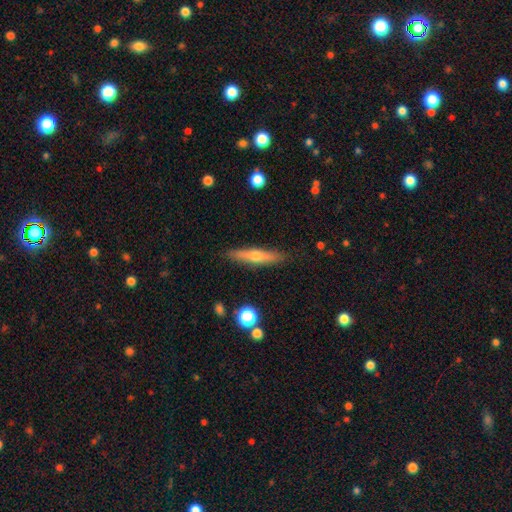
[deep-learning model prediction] A featured or disk galaxy (51%) viewed edge-on (91%). Merging: none (88%).